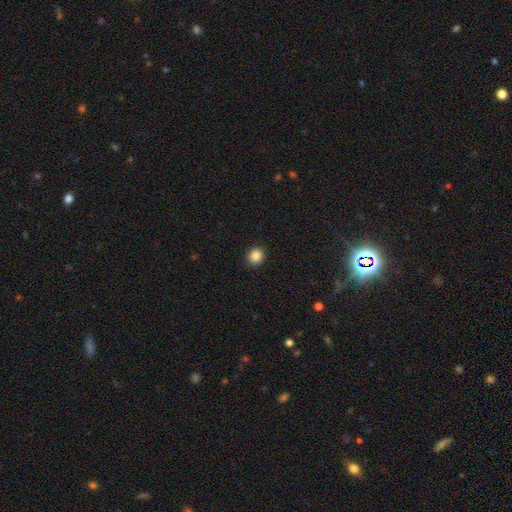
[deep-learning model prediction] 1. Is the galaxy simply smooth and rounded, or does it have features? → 87% smooth, 10% star or artifact, 3% featured or disk.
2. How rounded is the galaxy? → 86% round, 13% in between, 1% cigar-shaped.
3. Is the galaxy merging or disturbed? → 92% none, 6% minor disturbance, 2% major disturbance, 1% merger.